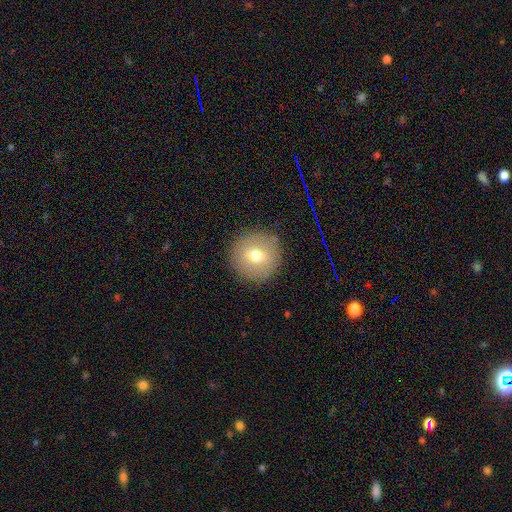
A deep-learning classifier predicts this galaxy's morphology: A smooth galaxy with no disk features (69%) that is round (94%).

Vote fractions:
- Smooth or featured? smooth: 69% / featured or disk: 20% / star or artifact: 11%
- How rounded? round: 94% / in between: 5% / cigar-shaped: 1%
- Merging? none: 89% / minor disturbance: 7% / major disturbance: 2% / merger: 1%